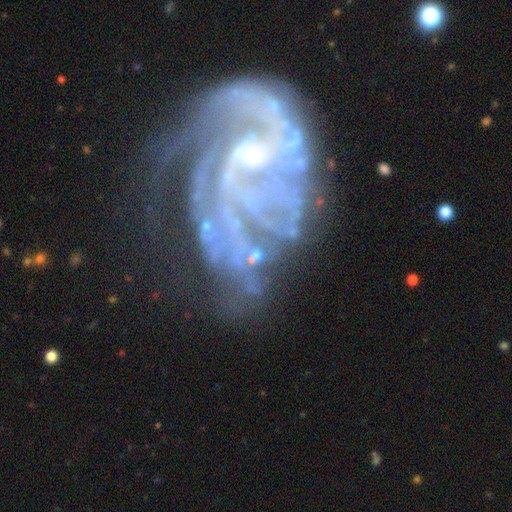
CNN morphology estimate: featured or disk 63%, star or artifact 22%, smooth 15%. Down the decision tree: edge-on disk — no (96%); bar — no (63%); spiral arms — yes (77%); bulge size — small (44%); merging — none (42%).